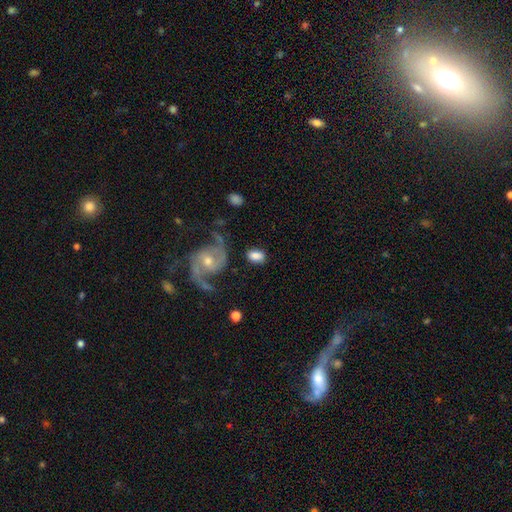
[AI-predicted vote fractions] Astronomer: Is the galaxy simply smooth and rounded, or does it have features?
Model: smooth — 70%.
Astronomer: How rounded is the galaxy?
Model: in between — 87%.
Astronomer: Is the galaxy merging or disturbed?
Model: none — 72%.